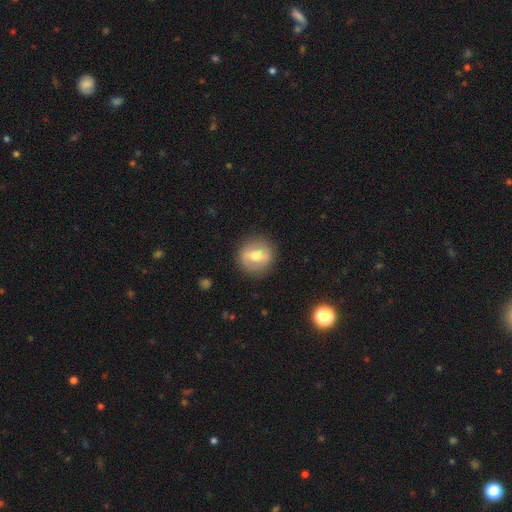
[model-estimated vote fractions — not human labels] Overall: smooth (50%; featured or disk 42%). How rounded: round (85%). Merging: none (86%).